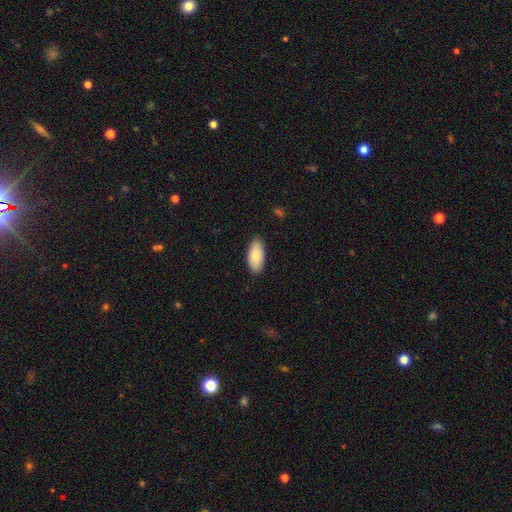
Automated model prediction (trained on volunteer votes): Overall: smooth (84%). How rounded: in between (92%). Merging: none (87%).